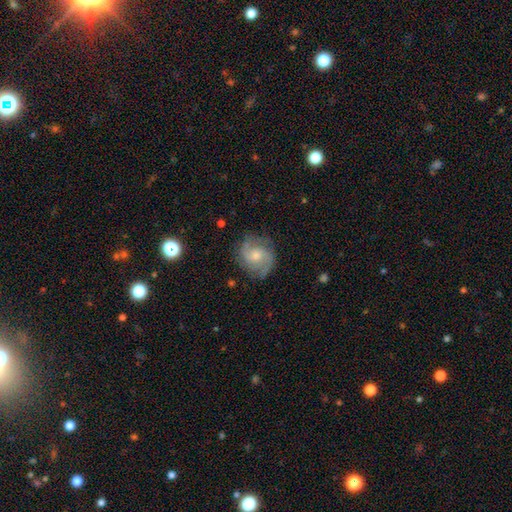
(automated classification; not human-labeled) This is likely a featured or disk galaxy (75%). It is clearly not viewed edge-on (98%). Bar: possibly no (58%). Spiral arm pattern: clearly yes (94%). Spiral arm count: clearly 2 (80%). Spiral winding: possibly medium (51%). Central bulge: possibly moderate (48%). Merging: likely none (77%).